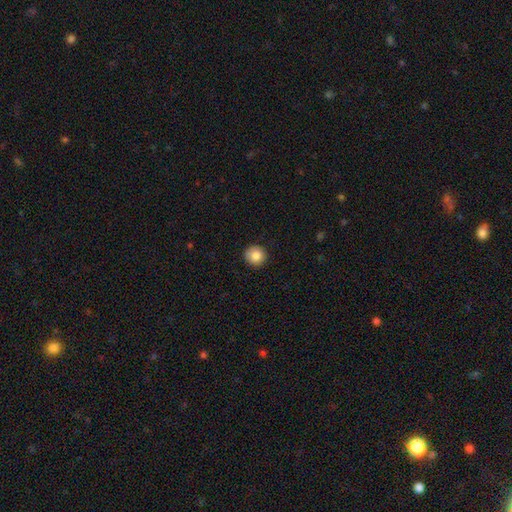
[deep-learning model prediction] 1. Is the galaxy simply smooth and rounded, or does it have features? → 85% smooth, 9% star or artifact, 7% featured or disk.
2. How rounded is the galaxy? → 93% round, 6% in between, 1% cigar-shaped.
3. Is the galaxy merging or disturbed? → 90% none, 8% minor disturbance, 2% major disturbance, 1% merger.